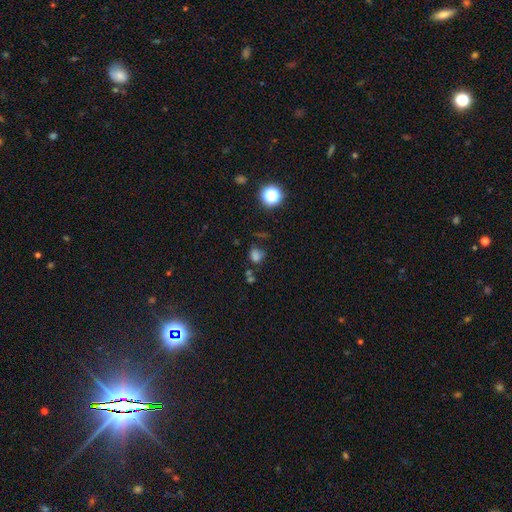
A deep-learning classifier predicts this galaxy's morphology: smooth_or_featured: smooth (p=0.66) [alt: star or artifact p=0.26]
how_rounded: round (p=0.58) [alt: in between p=0.40]
merging: none (p=0.54) [alt: minor disturbance p=0.20]